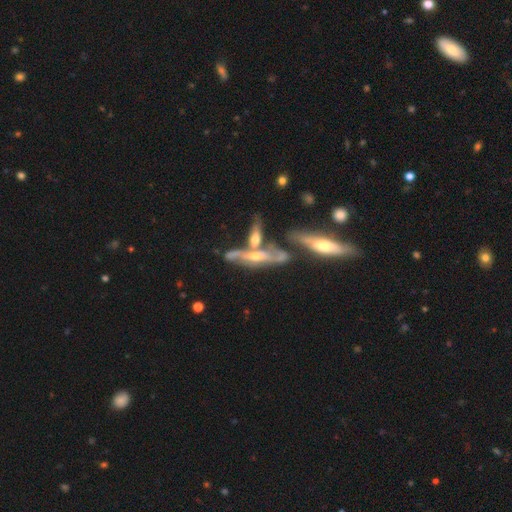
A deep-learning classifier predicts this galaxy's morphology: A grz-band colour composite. It shows a featured or disk galaxy (74%) viewed edge-on (73%) with a rounded central bulge (86%). Merging: merger (39%, tied with none).